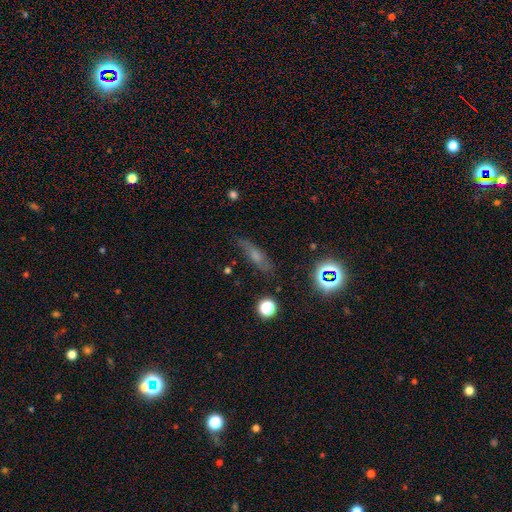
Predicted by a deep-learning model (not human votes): Smooth or featured: smooth — 52% (featured or disk — 32%)
How rounded: cigar-shaped — 63% (in between — 30%)
Merging: none — 76% (minor disturbance — 18%)